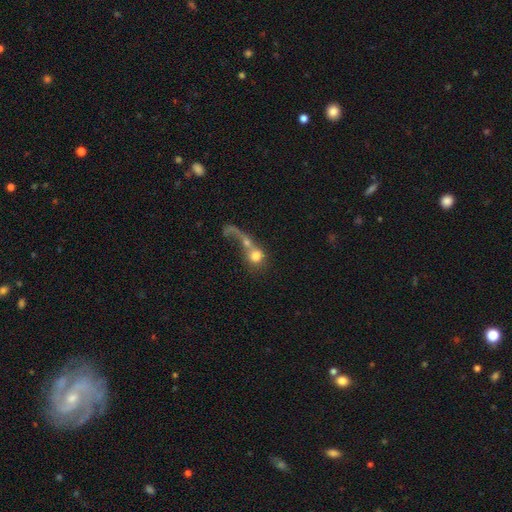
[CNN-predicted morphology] A smooth galaxy with no disk features (63%) that is round (76%).

Vote fractions:
- Smooth or featured? smooth: 63% / featured or disk: 26% / star or artifact: 11%
- How rounded? round: 76% / in between: 20% / cigar-shaped: 4%
- Merging? merger: 58% / major disturbance: 18% / none: 17% / minor disturbance: 6%